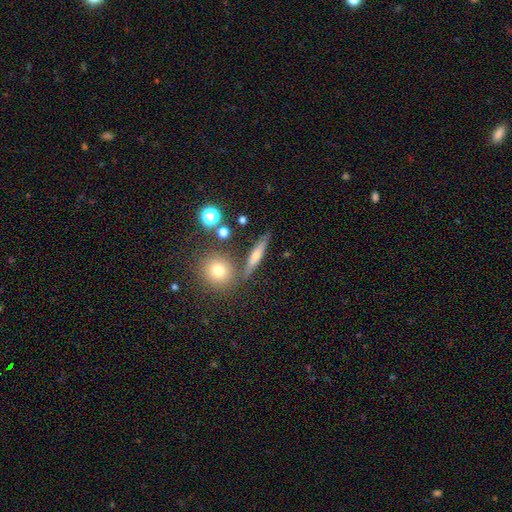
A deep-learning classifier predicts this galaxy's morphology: This appears to be a smooth galaxy with no disk features (52%) that is cigar-shaped (71%). Merging: none (78%).